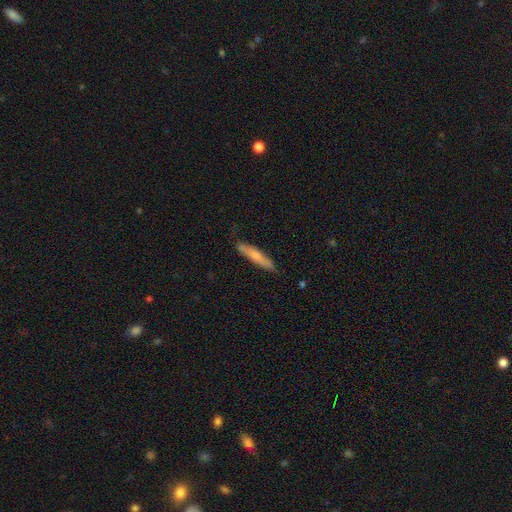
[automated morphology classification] smooth_or_featured: smooth (p=0.69) [alt: featured or disk p=0.25]
how_rounded: cigar-shaped (p=0.89) [alt: in between p=0.10]
merging: none (p=0.83) [alt: minor disturbance p=0.14]